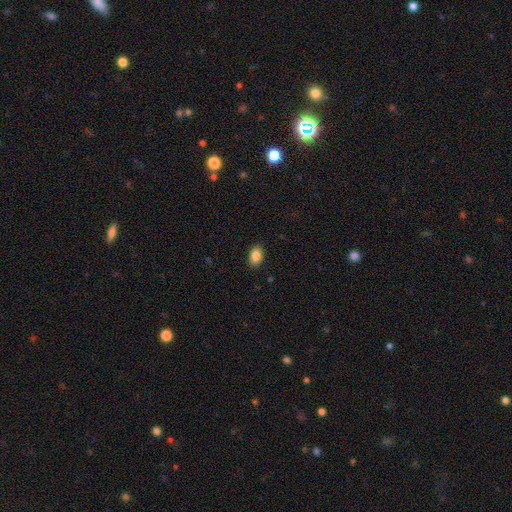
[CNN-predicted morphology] type=smooth (87%); roundness=in between (88%); merging=none (88%).